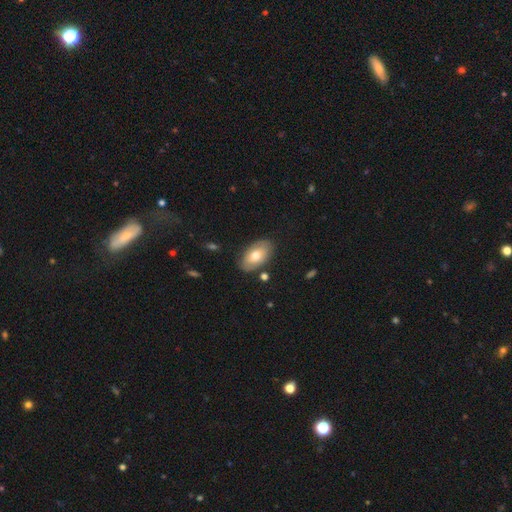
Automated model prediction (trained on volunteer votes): Smooth or featured?
  - smooth: 68% *
  - featured or disk: 26%
  - star or artifact: 7%
How rounded?
  - in between: 93% *
  - round: 5%
  - cigar-shaped: 2%
Merging?
  - none: 83% *
  - minor disturbance: 12%
  - major disturbance: 3%
  - merger: 2%